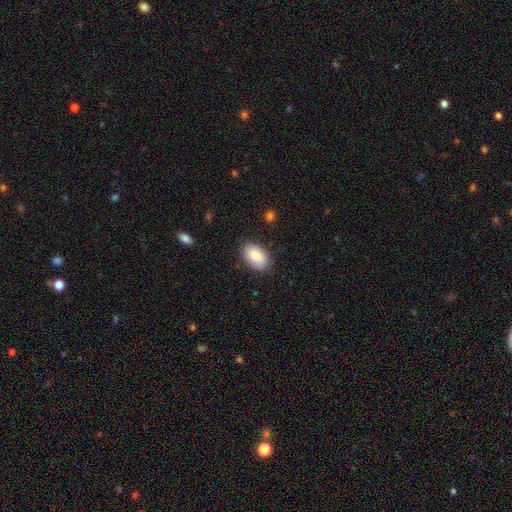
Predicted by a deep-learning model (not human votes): smooth 86%, featured or disk 8%, star or artifact 6%. Down the decision tree: how rounded — in between (90%); merging — none (82%).